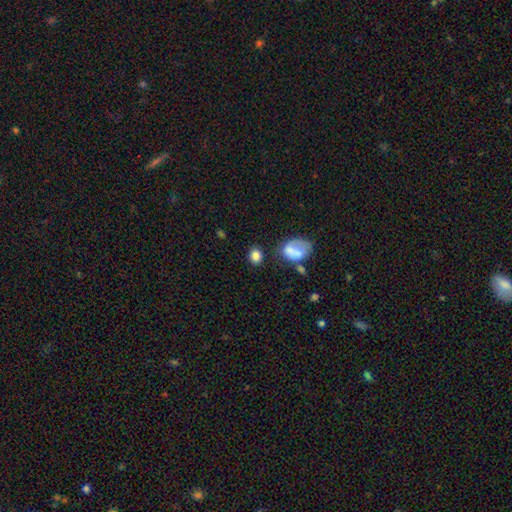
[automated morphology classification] This is clearly a smooth galaxy (83%). How rounded: likely round (60%). Merging: likely none (73%).